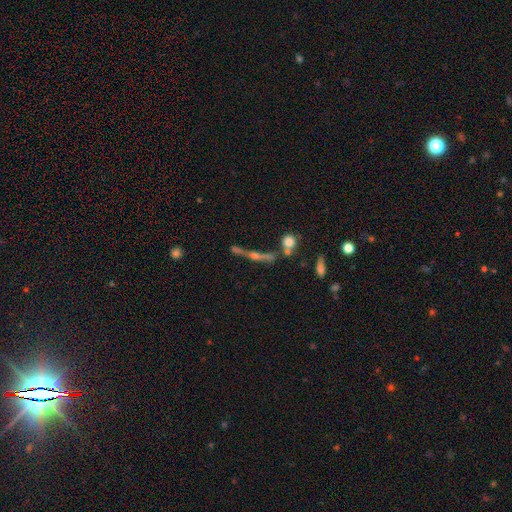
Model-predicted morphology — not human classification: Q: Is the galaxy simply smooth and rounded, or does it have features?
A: featured or disk — 72%.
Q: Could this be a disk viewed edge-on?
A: yes — 92%.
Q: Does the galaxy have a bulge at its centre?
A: rounded — 89%.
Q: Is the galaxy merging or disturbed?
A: none — 63%.